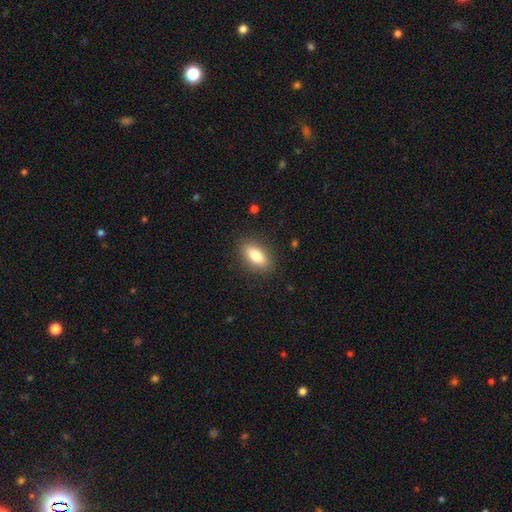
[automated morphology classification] Smooth or featured? smooth (81%)
How rounded? in between (83%)
Merging? none (87%)